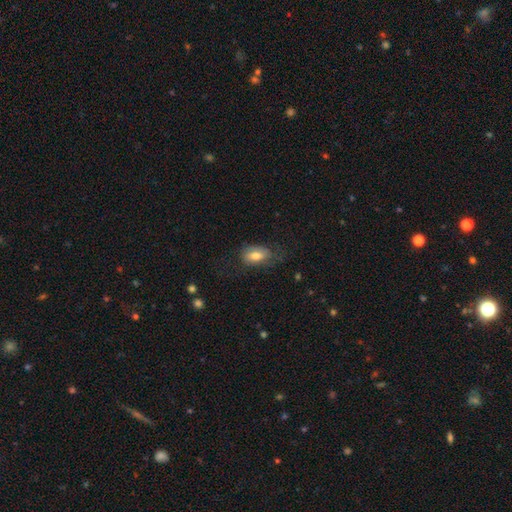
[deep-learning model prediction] A smooth galaxy with no disk features (70%) that is in between round and cigar-shaped (90%). Merging: none (55%).